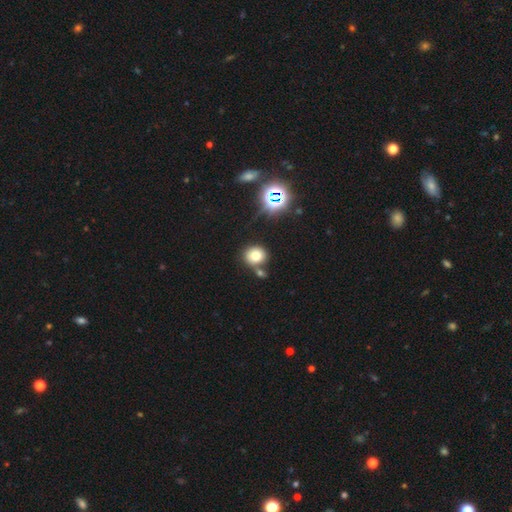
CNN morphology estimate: Smooth or featured? Predicted: smooth (p=0.71). How rounded? Predicted: round (p=0.76). Merging? Predicted: none (p=0.67).